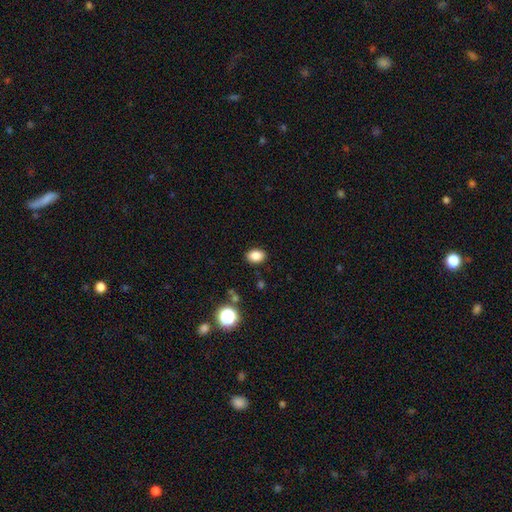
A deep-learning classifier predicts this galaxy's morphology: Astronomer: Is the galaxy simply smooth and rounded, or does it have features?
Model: smooth — 84%.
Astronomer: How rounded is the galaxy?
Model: in between — 77%.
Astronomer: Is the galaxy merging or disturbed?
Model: none — 88%.